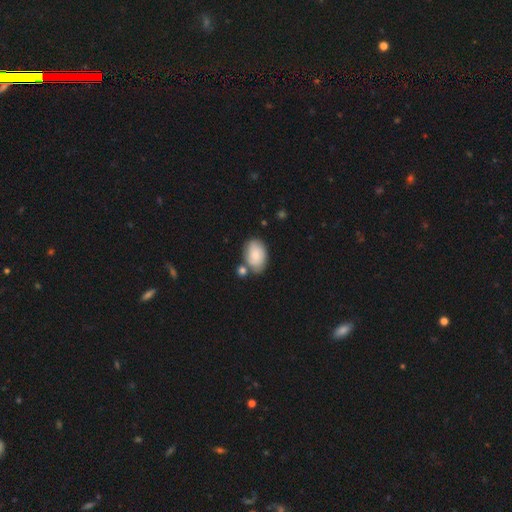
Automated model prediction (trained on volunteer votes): Smooth or featured: smooth — 80% (featured or disk — 14%)
How rounded: in between — 87% (round — 11%)
Merging: none — 58% (minor disturbance — 19%)